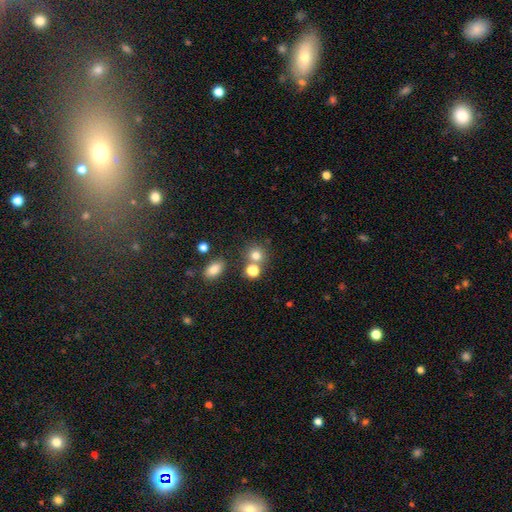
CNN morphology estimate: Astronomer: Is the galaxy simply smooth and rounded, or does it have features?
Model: smooth — 76%.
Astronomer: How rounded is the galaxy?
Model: round — 83%.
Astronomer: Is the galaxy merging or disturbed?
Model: none — 63%.